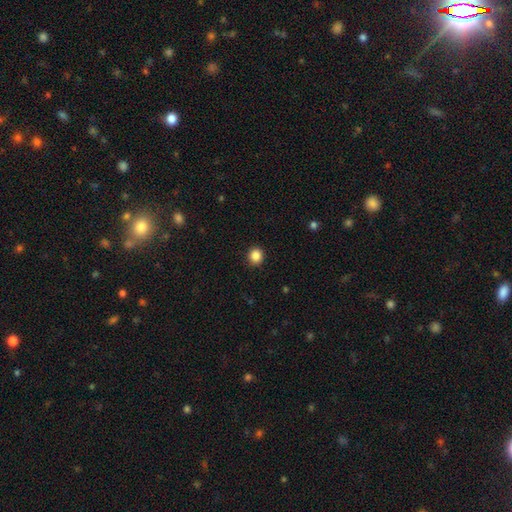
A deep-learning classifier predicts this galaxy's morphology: Smooth or featured? Predicted: smooth (p=0.87). How rounded? Predicted: round (p=0.87). Merging? Predicted: none (p=0.92).